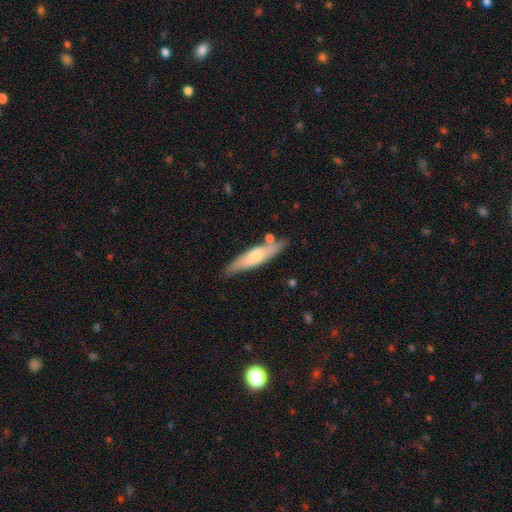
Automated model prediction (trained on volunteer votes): This appears to be a smooth galaxy with no disk features (58%) that is cigar-shaped (76%). Merging: none (77%).